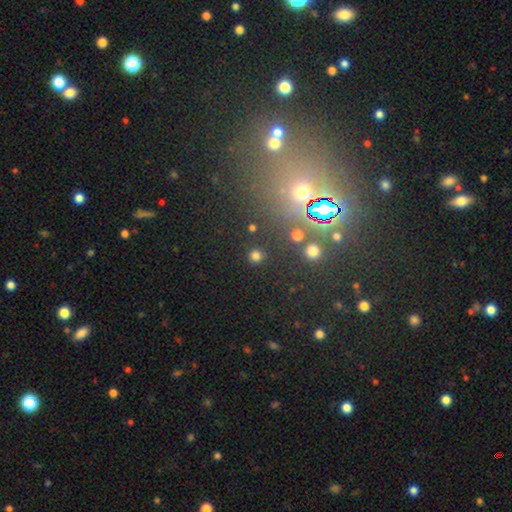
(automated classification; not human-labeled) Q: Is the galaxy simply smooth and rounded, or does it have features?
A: smooth — 76%.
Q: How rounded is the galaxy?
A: round — 93%.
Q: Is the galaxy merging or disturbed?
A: none — 88%.